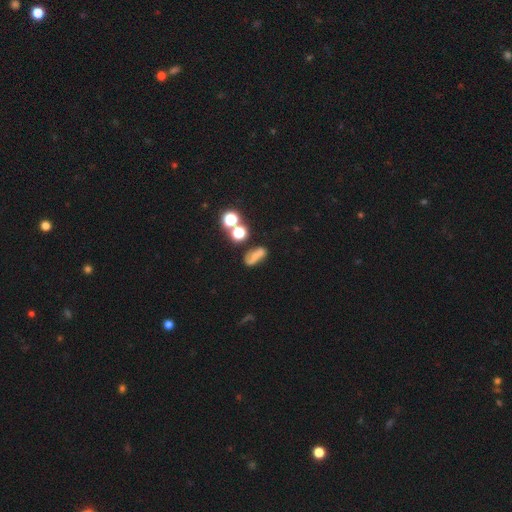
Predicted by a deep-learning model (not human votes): This is possibly a smooth galaxy (45%). Merging: possibly none (48%).